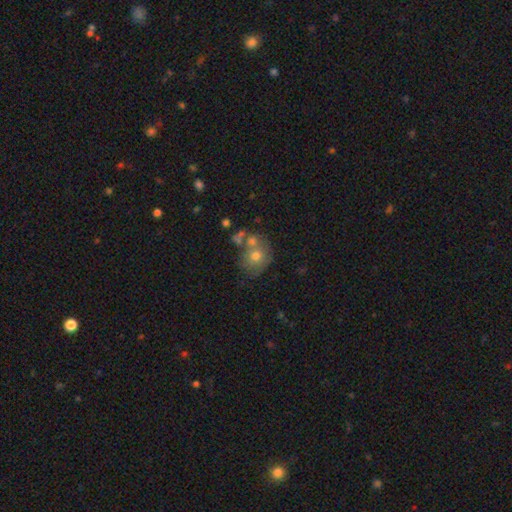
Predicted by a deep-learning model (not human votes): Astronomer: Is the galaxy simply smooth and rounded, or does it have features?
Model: smooth — 58%.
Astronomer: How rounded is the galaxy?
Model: round — 69%.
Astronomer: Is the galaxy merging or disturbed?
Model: none — 42% (runner-up: merger, 31%).